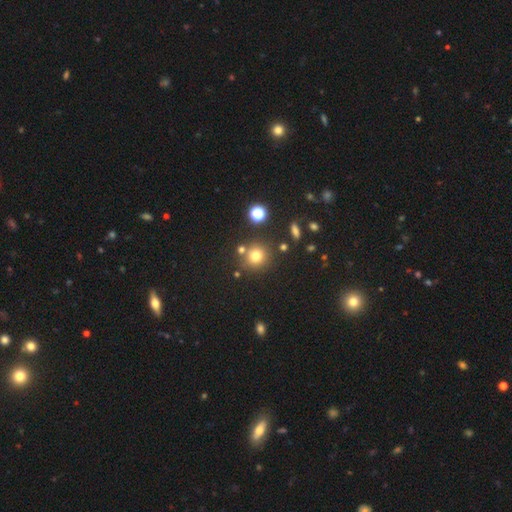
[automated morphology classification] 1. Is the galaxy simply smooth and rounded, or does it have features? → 75% smooth, 18% star or artifact, 8% featured or disk.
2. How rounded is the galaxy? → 90% round, 9% in between, 1% cigar-shaped.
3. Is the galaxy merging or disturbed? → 77% none, 10% merger, 9% minor disturbance, 4% major disturbance.